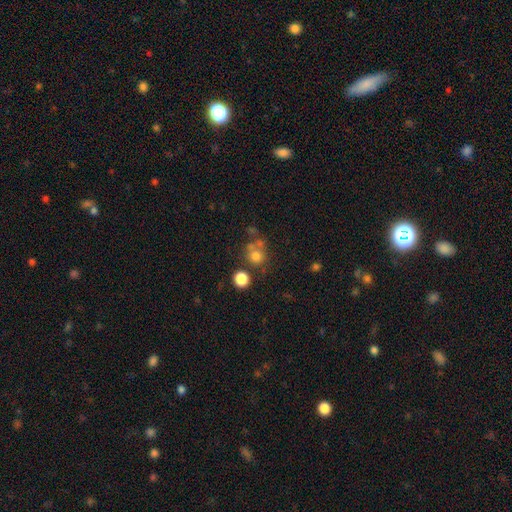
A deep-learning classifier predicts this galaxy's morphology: A smooth galaxy with no disk features (71%) that is round (86%).

Vote fractions:
- Smooth or featured? smooth: 71% / star or artifact: 16% / featured or disk: 12%
- How rounded? round: 86% / in between: 13% / cigar-shaped: 1%
- Merging? none: 55% / merger: 27% / minor disturbance: 11% / major disturbance: 7%